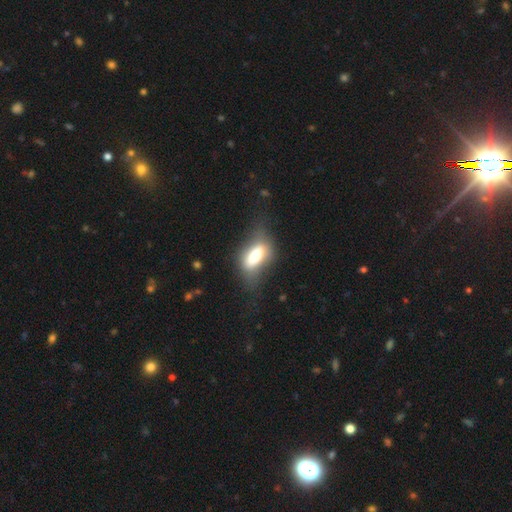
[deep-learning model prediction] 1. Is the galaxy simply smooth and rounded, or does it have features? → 65% smooth, 27% featured or disk, 8% star or artifact.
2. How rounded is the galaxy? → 79% in between, 16% cigar-shaped, 5% round.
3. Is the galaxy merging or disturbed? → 47% none, 26% minor disturbance, 24% major disturbance, 3% merger.